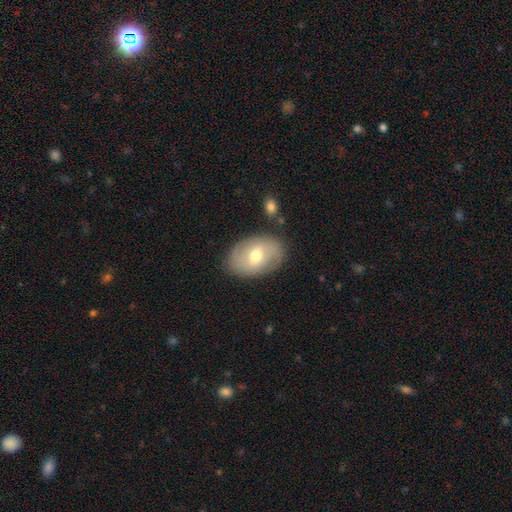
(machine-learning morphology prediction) A smooth galaxy with no disk features (51%) that is in between round and cigar-shaped (85%). Merging: none (81%).